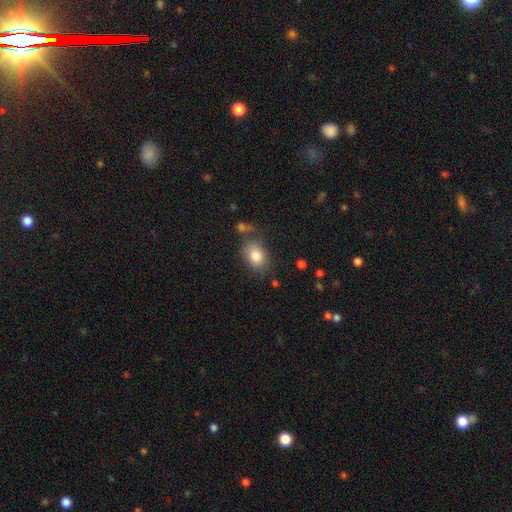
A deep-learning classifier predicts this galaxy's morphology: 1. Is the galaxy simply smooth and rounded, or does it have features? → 83% smooth, 9% featured or disk, 8% star or artifact.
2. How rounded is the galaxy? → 73% in between, 26% round, 1% cigar-shaped.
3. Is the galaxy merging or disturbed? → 68% none, 18% minor disturbance, 7% merger, 6% major disturbance.